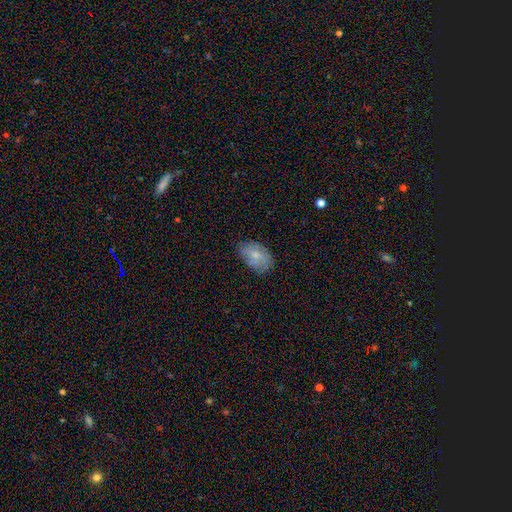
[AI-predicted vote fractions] The model was most divided on "smooth or featured": smooth: 66%, featured or disk: 26%, star or artifact: 8%. More confident: how rounded — in between (88%); merging — none (68%).